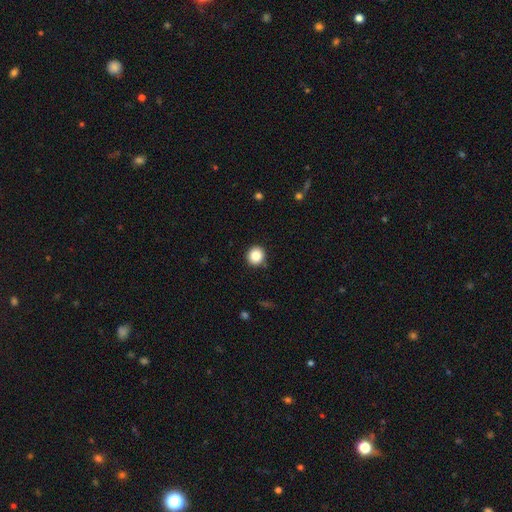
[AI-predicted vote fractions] This is clearly a smooth galaxy (86%). How rounded: clearly round (92%). Merging: clearly none (91%).